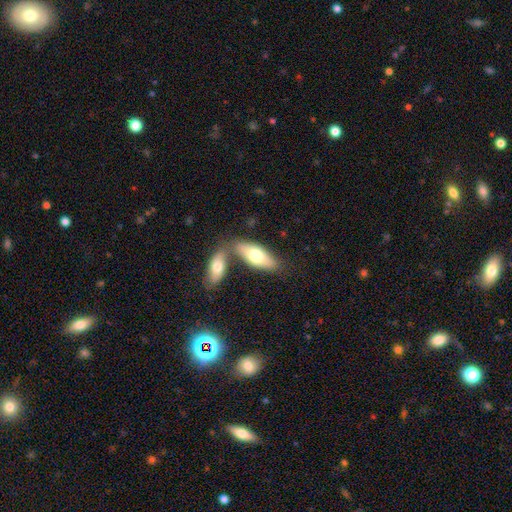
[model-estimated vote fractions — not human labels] smooth 69%, featured or disk 26%, star or artifact 5%. Down the decision tree: how rounded — in between (79%); merging — merger (44%).